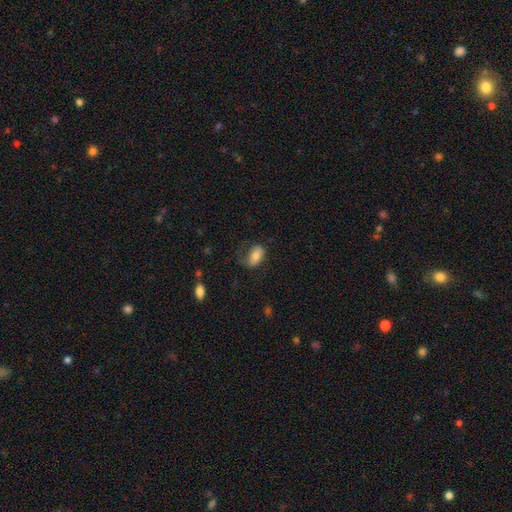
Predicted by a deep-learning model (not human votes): Q: Smooth or featured?
A: smooth (67%); runner-up: featured or disk (25%)
Q: How rounded?
A: in between (87%); runner-up: round (10%)
Q: Merging?
A: none (47%); runner-up: minor disturbance (27%)